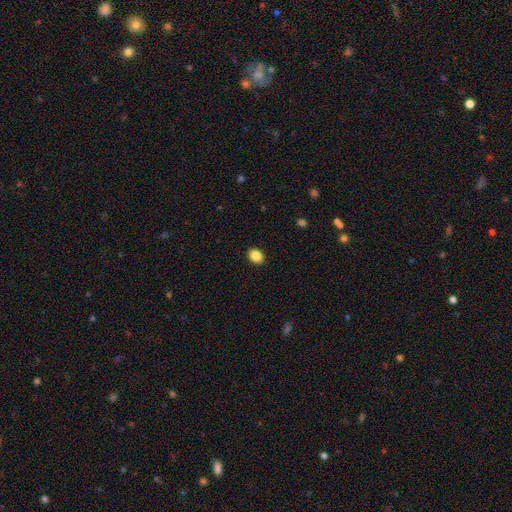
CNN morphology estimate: The model was most divided on "how rounded": in between: 61%, round: 38%, cigar-shaped: 1%. More confident: merging — none (90%); smooth or featured — smooth (87%).